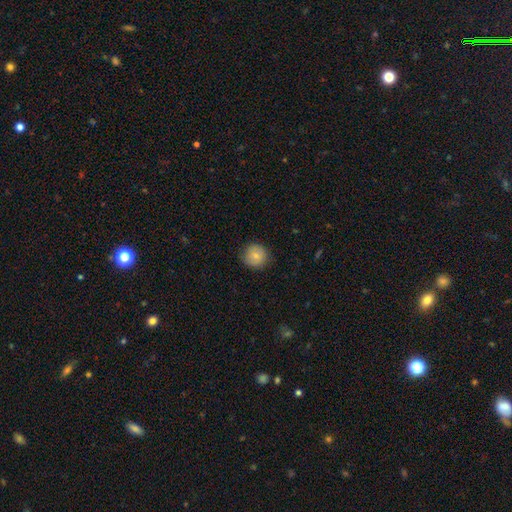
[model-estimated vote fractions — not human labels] Smooth or featured?
  - smooth: 83% *
  - featured or disk: 8%
  - star or artifact: 8%
How rounded?
  - round: 93% *
  - in between: 6%
  - cigar-shaped: 1%
Merging?
  - none: 87% *
  - minor disturbance: 9%
  - major disturbance: 2%
  - merger: 1%